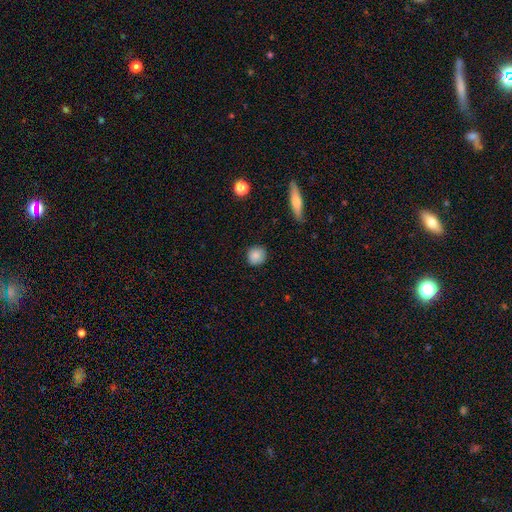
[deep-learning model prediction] This appears to be a smooth galaxy with no disk features (86%) that is round (87%). Merging: none (87%).